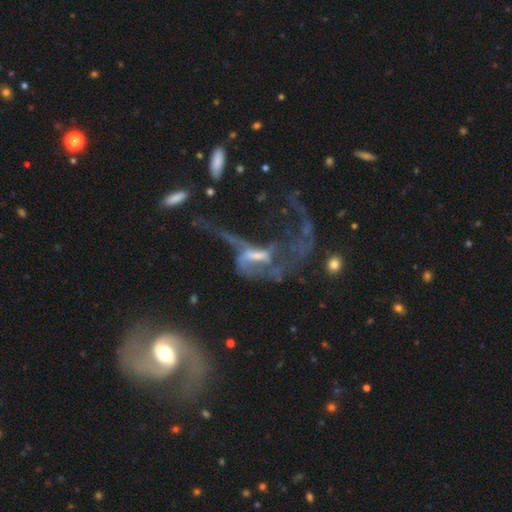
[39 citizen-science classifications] smooth_or_featured: featured or disk (p=0.82) [alt: smooth p=0.10]
disk_edge_on: no (p=1.00)
bar: weak (p=0.50) [alt: no p=0.41]
has_spiral_arms: yes (p=0.66) [alt: no p=0.34]
spiral_winding: medium (p=0.57) [alt: loose p=0.38]
spiral_arm_count: 2 (p=0.57) [alt: 1 p=0.29]
bulge_size: moderate (p=0.53) [alt: small p=0.31]
merging: major disturbance (p=0.50) [alt: none p=0.28]